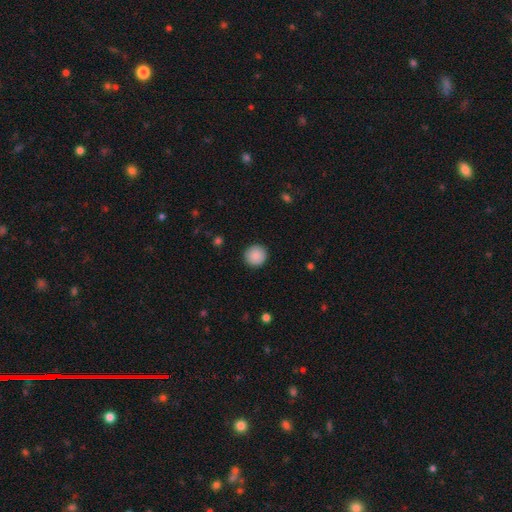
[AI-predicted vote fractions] smooth 89%, star or artifact 7%, featured or disk 4%. Down the decision tree: how rounded — round (95%); merging — none (92%).